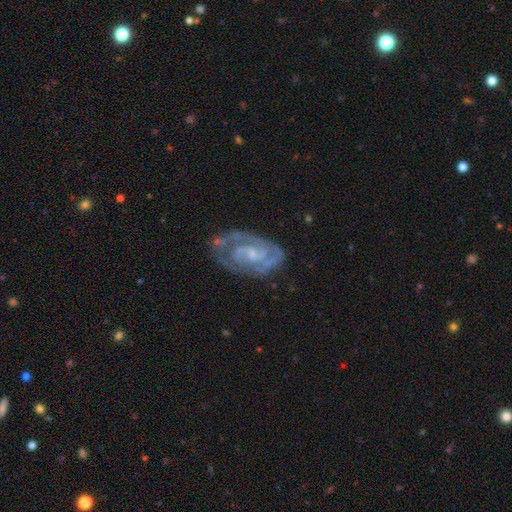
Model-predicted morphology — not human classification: This appears to be a featured or disk galaxy (82%) with no bar (50%), 2 (53%) tight (57%) spiral arms (93%) and a small central bulge (61%). Merging: none (69%).